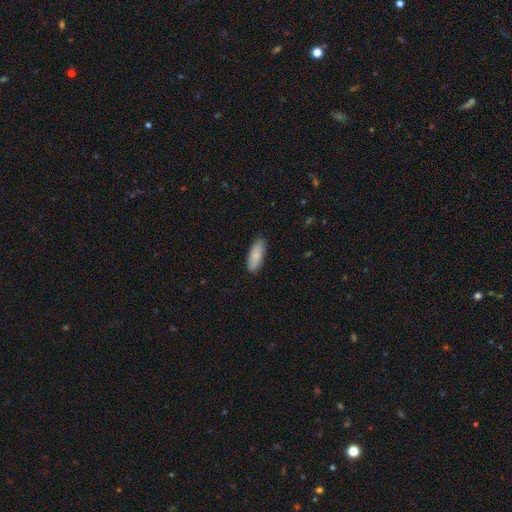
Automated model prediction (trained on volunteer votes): Morphology: type=smooth (85%); roundness=in between (69%); merging=none (87%).